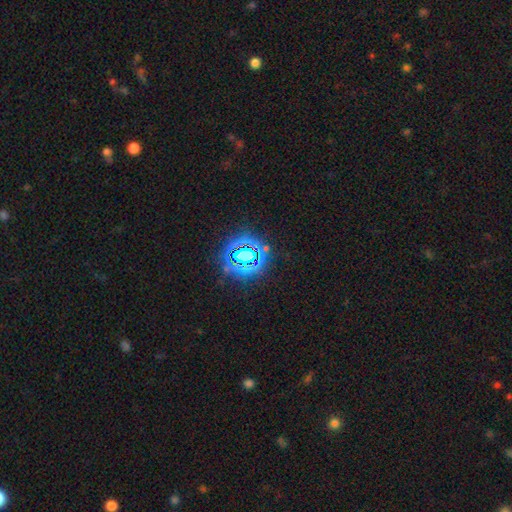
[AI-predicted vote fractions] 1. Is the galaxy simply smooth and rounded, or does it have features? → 78% star or artifact, 15% smooth, 6% featured or disk.